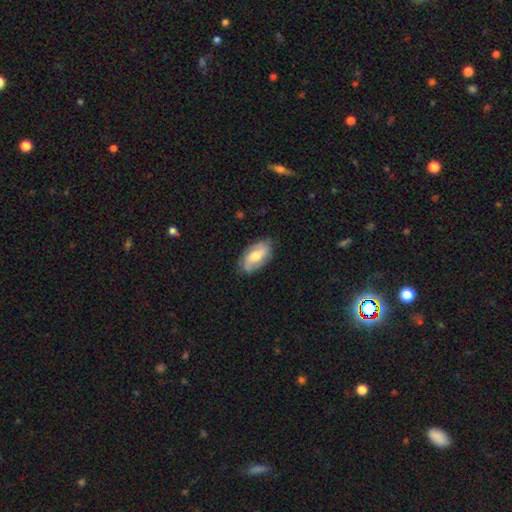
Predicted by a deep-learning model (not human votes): Smooth or featured?
  - smooth: 49% *
  - featured or disk: 45%
  - star or artifact: 6%
Merging?
  - none: 80% *
  - minor disturbance: 15%
  - major disturbance: 3%
  - merger: 1%